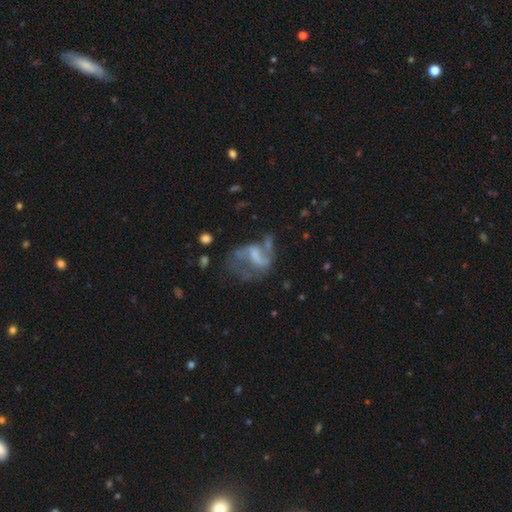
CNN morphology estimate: Smooth or featured? Predicted: featured or disk (p=0.61). Edge-on disk? Predicted: no (p=0.97). Bar? Predicted: no (p=0.42, tied with weak). Spiral arms? Predicted: yes (p=0.56). Bulge size? Predicted: none (p=0.39). Merging? Predicted: major disturbance (p=0.41).